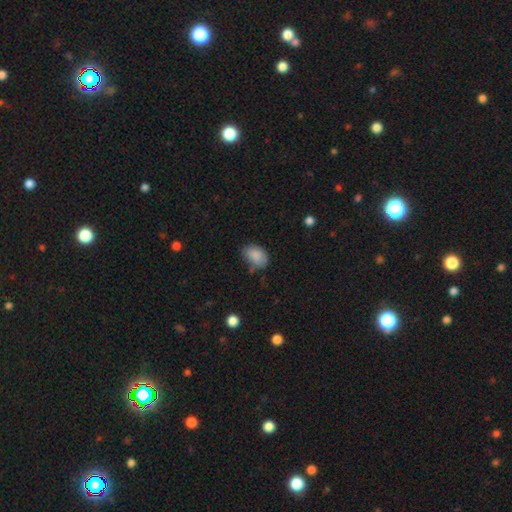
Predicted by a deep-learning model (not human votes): Smooth or featured?
  - smooth: 86% *
  - star or artifact: 8%
  - featured or disk: 6%
How rounded?
  - in between: 83% *
  - round: 16%
  - cigar-shaped: 1%
Merging?
  - none: 60% *
  - minor disturbance: 29%
  - major disturbance: 7%
  - merger: 4%